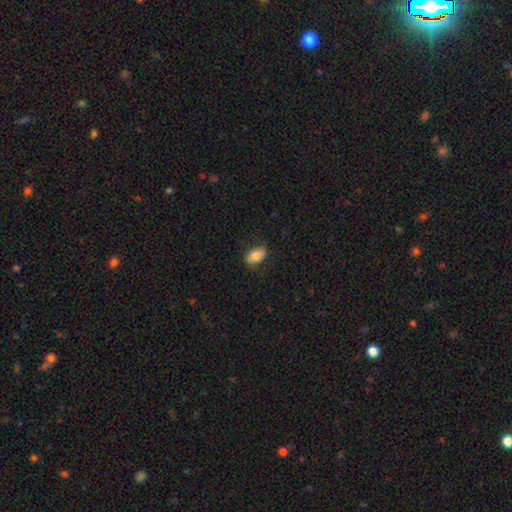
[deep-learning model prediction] Smooth or featured?
  - smooth: 78% *
  - featured or disk: 15%
  - star or artifact: 7%
How rounded?
  - in between: 90% *
  - round: 7%
  - cigar-shaped: 3%
Merging?
  - none: 82% *
  - minor disturbance: 14%
  - major disturbance: 3%
  - merger: 1%